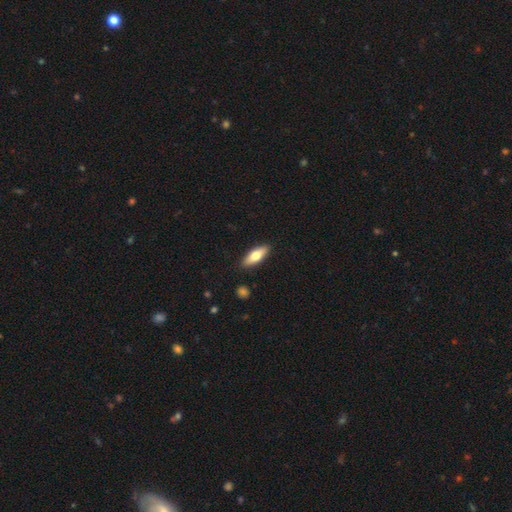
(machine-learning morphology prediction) This is likely a smooth galaxy (68%). How rounded: likely in between (62%). Merging: clearly none (88%).